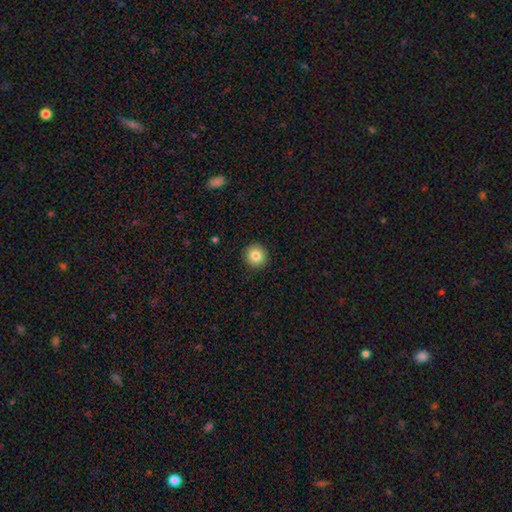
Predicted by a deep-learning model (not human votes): smooth 83%, star or artifact 9%, featured or disk 8%. Down the decision tree: how rounded — round (94%); merging — none (92%).